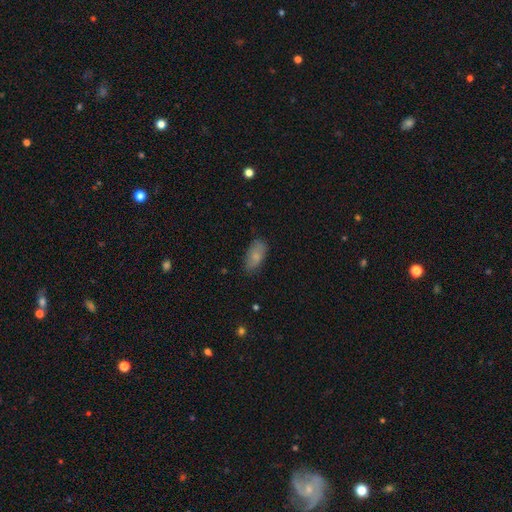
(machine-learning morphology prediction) Smooth or featured? Predicted: smooth (p=0.80). How rounded? Predicted: in between (p=0.90). Merging? Predicted: none (p=0.77).